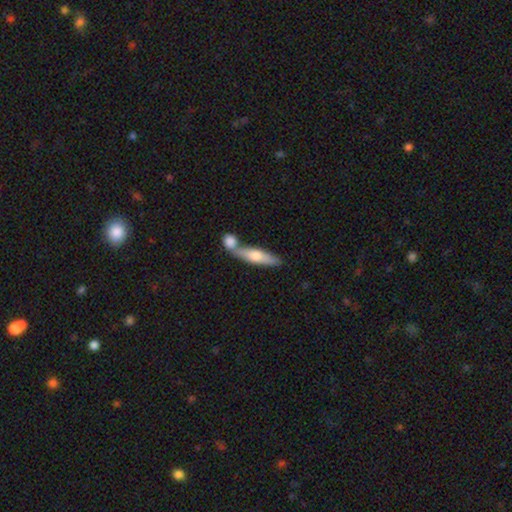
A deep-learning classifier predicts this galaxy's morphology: This appears to be a smooth galaxy with no disk features (57%) that is cigar-shaped (68%). Merging: none (46%).